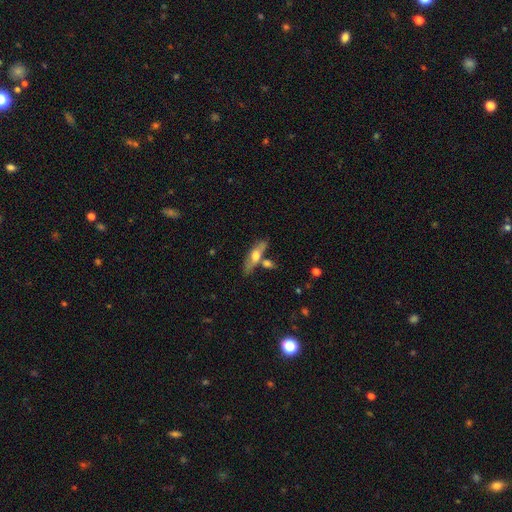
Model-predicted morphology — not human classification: A smooth galaxy with no disk features (48%).

Vote fractions:
- Smooth or featured? smooth: 48% / featured or disk: 46% / star or artifact: 6%
- Merging? none: 59% / merger: 21% / minor disturbance: 15% / major disturbance: 5%